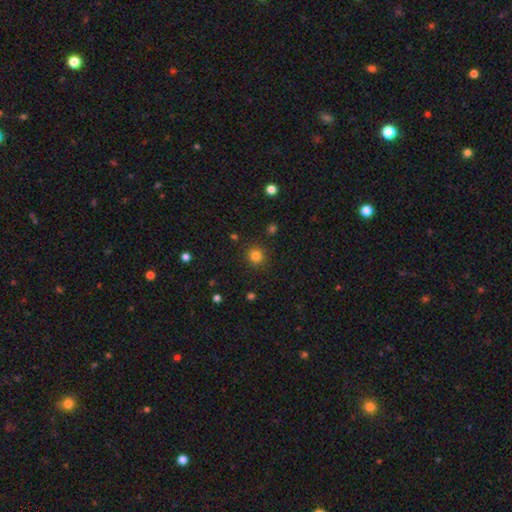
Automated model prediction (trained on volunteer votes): This is clearly a smooth galaxy (81%). How rounded: clearly round (92%). Merging: clearly none (90%).